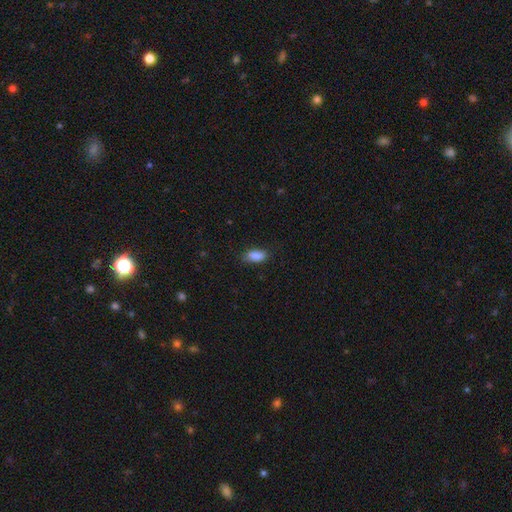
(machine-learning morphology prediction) A smooth galaxy with no disk features (87%) that is in between round and cigar-shaped (88%). Merging: none (79%).